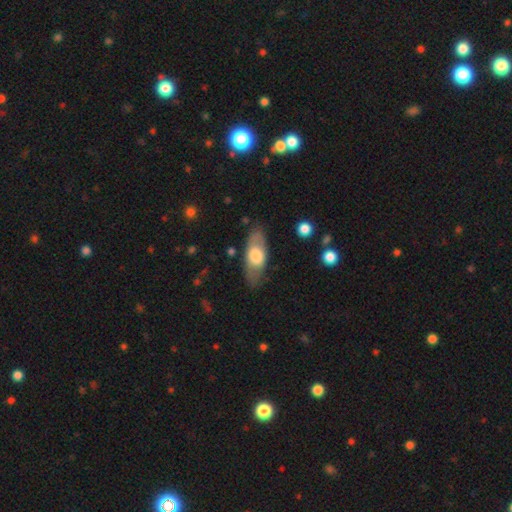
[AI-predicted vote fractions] A smooth galaxy with no disk features (58%) that is in between round and cigar-shaped (81%).

Vote fractions:
- Smooth or featured? smooth: 58% / featured or disk: 37% / star or artifact: 5%
- How rounded? in between: 81% / cigar-shaped: 16% / round: 3%
- Merging? none: 78% / minor disturbance: 16% / major disturbance: 5% / merger: 1%